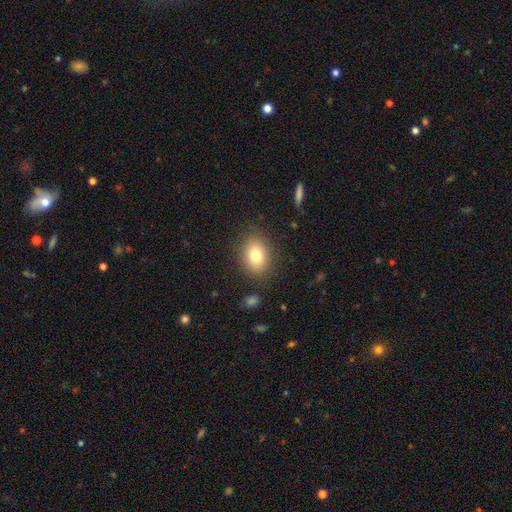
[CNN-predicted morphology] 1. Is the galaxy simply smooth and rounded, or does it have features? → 77% smooth, 12% featured or disk, 10% star or artifact.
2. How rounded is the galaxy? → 60% in between, 39% round, 1% cigar-shaped.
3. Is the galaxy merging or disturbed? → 84% none, 10% minor disturbance, 4% major disturbance, 2% merger.